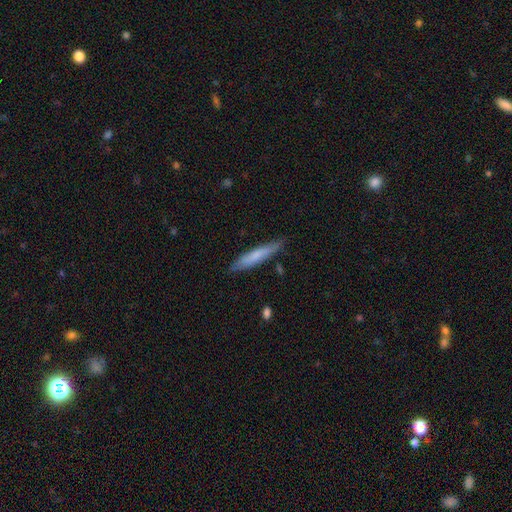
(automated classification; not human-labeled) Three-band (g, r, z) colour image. It shows a smooth galaxy with no disk features (67%) that is cigar-shaped (91%). Merging: none (84%).